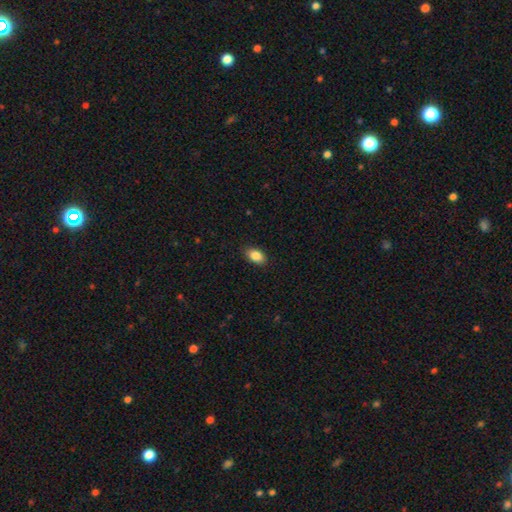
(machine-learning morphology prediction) smooth_or_featured: smooth (p=0.87) [alt: star or artifact p=0.08]
how_rounded: in between (p=0.90) [alt: round p=0.08]
merging: none (p=0.88) [alt: minor disturbance p=0.09]